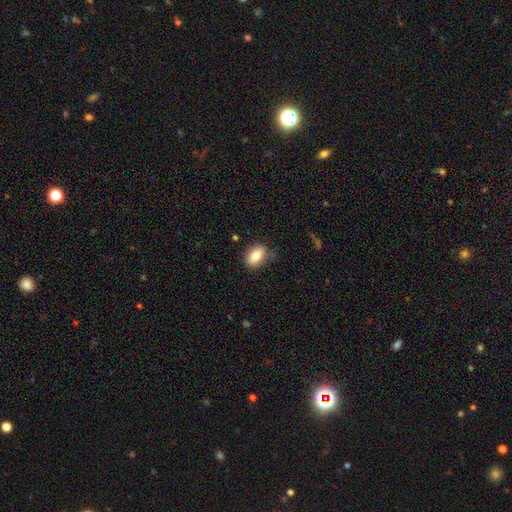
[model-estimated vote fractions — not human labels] Smooth or featured? smooth (82%)
How rounded? in between (85%)
Merging? none (81%)